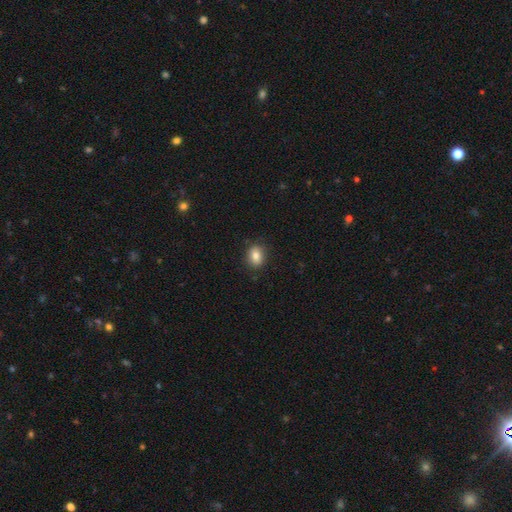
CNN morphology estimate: A smooth galaxy with no disk features (83%) that is in between round and cigar-shaped (58%).

Vote fractions:
- Smooth or featured? smooth: 83% / star or artifact: 9% / featured or disk: 7%
- How rounded? in between: 58% / round: 40% / cigar-shaped: 1%
- Merging? none: 86% / minor disturbance: 11% / major disturbance: 3% / merger: 1%